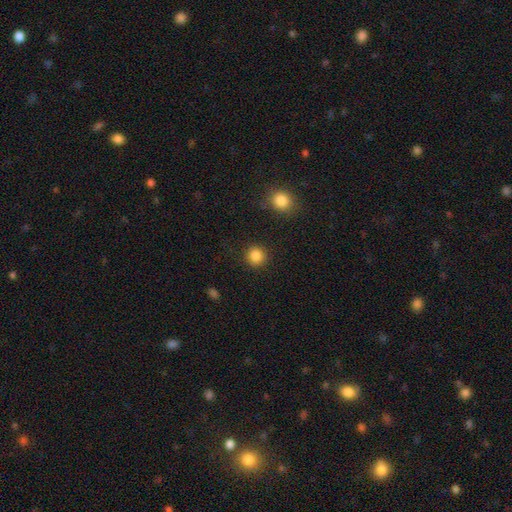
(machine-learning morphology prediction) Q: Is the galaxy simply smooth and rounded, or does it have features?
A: smooth — 86%.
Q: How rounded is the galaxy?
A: round — 91%.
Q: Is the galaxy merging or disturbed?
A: none — 90%.